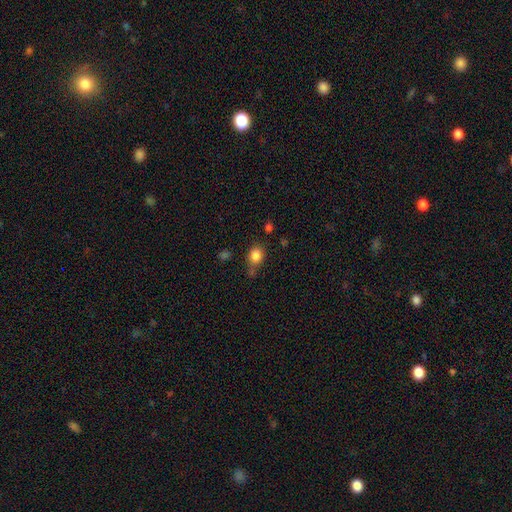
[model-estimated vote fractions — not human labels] Q: Smooth or featured?
A: smooth (84%); runner-up: star or artifact (10%)
Q: How rounded?
A: round (56%); runner-up: in between (42%)
Q: Merging?
A: none (63%); runner-up: minor disturbance (21%)